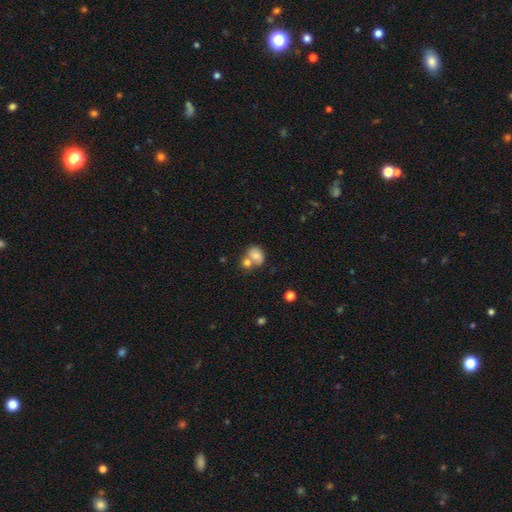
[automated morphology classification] Smooth or featured? Predicted: smooth (p=0.76). How rounded? Predicted: in between (p=0.55). Merging? Predicted: merger (p=0.50).